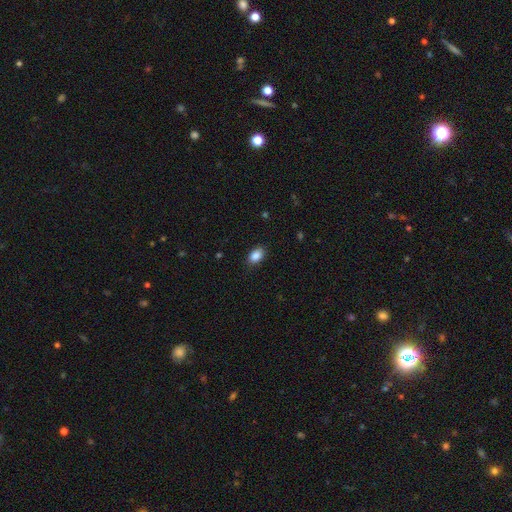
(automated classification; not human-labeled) Smooth or featured?
  - smooth: 88% *
  - star or artifact: 8%
  - featured or disk: 4%
How rounded?
  - in between: 88% *
  - round: 10%
  - cigar-shaped: 1%
Merging?
  - none: 86% *
  - minor disturbance: 10%
  - major disturbance: 3%
  - merger: 1%